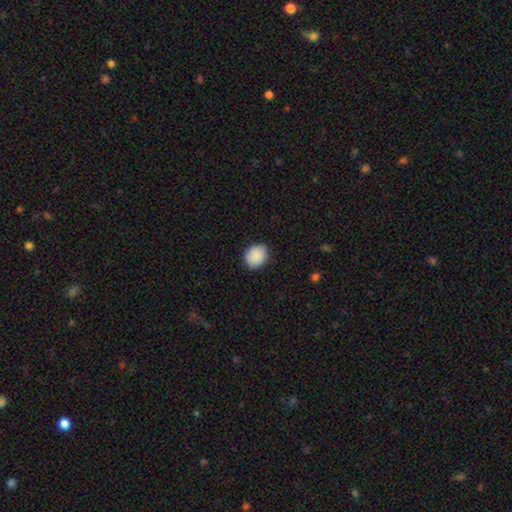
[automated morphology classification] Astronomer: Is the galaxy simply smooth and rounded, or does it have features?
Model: smooth — 90%.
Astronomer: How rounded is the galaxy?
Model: round — 60% (runner-up: in between, 39%).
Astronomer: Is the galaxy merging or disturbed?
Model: none — 86%.